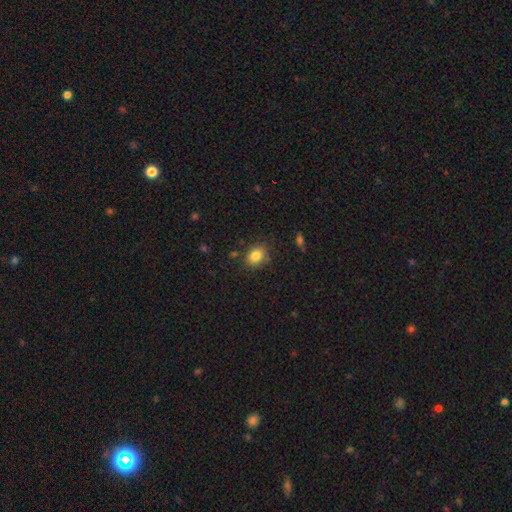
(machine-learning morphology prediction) smooth_or_featured: smooth (p=0.83) [alt: star or artifact p=0.10]
how_rounded: in between (p=0.56) [alt: round p=0.43]
merging: none (p=0.81) [alt: minor disturbance p=0.13]